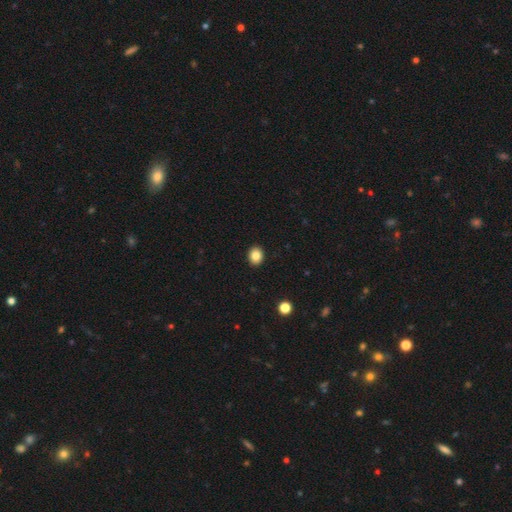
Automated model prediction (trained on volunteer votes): Morphology: type=smooth (85%); roundness=round (59%); merging=none (92%).